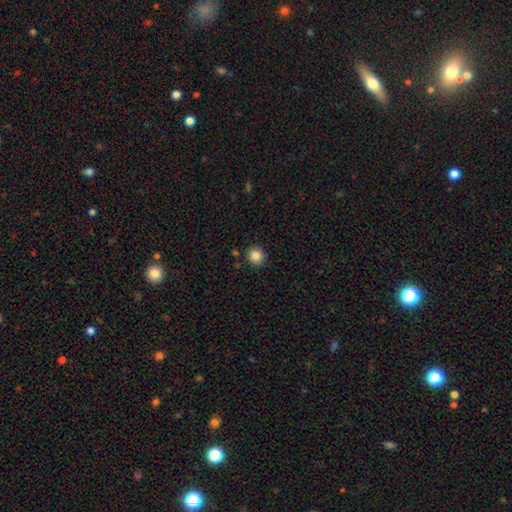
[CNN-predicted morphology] This appears to be a smooth galaxy with no disk features (85%) that is round (90%). Merging: none (89%).